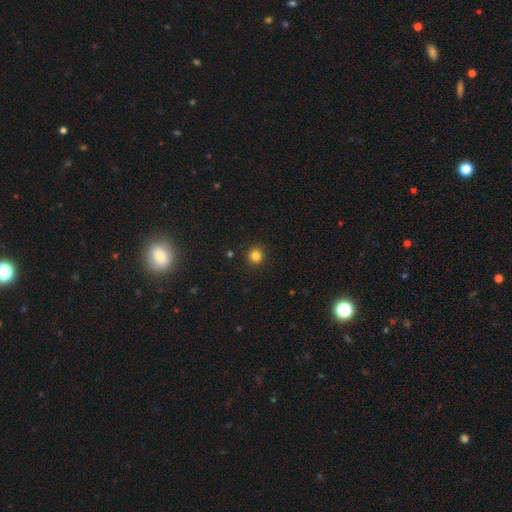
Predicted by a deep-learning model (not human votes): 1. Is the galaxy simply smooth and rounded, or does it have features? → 83% smooth, 13% star or artifact, 5% featured or disk.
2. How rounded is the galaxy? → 94% round, 5% in between, 1% cigar-shaped.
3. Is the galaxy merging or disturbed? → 92% none, 5% minor disturbance, 2% major disturbance, 1% merger.